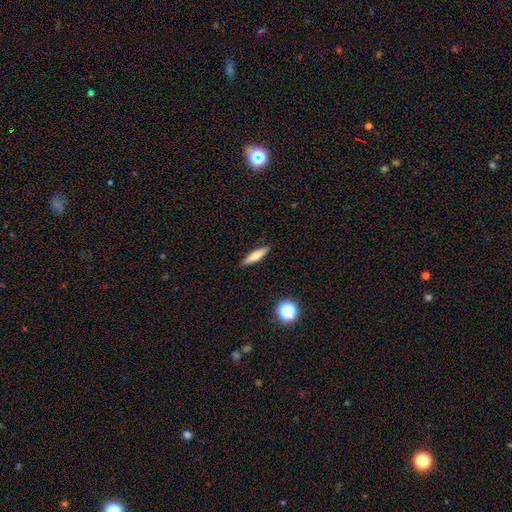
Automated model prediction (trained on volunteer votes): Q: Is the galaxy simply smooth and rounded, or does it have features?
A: smooth — 70%.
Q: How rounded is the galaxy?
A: cigar-shaped — 80%.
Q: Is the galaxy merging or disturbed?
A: none — 90%.